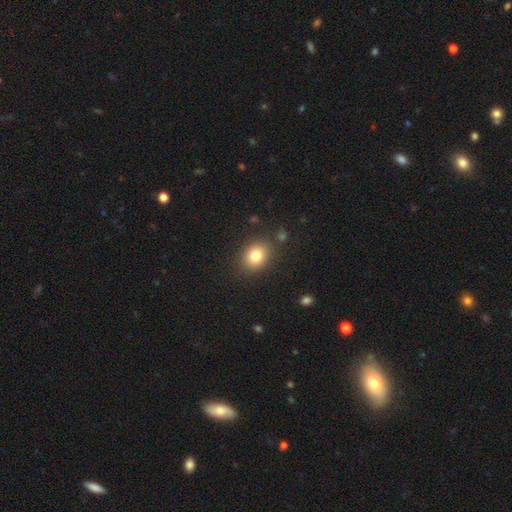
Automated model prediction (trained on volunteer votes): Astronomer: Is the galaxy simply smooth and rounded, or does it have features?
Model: smooth — 81%.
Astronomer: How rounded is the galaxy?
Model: in between — 52% (runner-up: round, 47%).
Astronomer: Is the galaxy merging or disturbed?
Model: none — 84%.